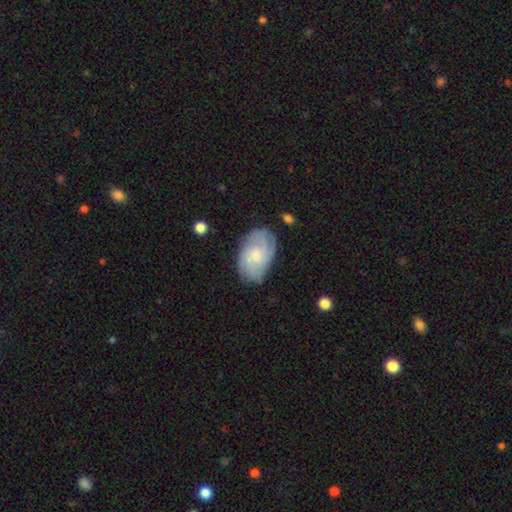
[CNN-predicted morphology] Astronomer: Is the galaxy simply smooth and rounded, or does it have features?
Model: featured or disk — 65%.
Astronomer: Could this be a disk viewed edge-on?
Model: no — 97%.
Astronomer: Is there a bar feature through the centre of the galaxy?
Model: no — 70%.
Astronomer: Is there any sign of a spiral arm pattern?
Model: yes — 92%.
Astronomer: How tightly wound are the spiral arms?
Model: tight — 54% (runner-up: medium, 35%).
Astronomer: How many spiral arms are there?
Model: can't tell — 36% (runner-up: 3, 23%).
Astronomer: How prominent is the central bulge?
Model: small — 55% (runner-up: moderate, 35%).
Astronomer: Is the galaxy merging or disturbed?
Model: none — 77%.